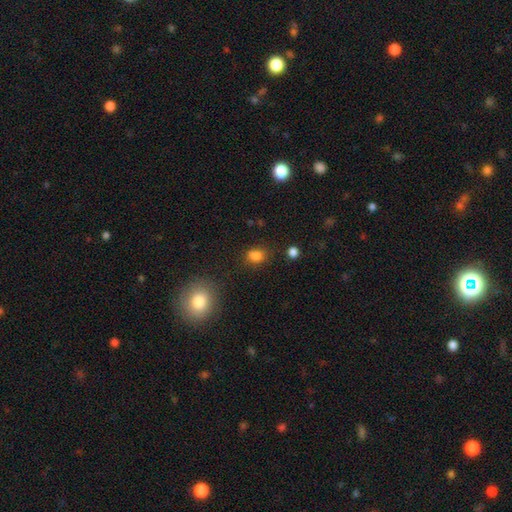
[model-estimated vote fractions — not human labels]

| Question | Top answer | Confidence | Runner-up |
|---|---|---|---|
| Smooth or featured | smooth | 81% | star or artifact (14%) |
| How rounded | in between | 58% | round (41%) |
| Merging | none | 68% | minor disturbance (17%) |